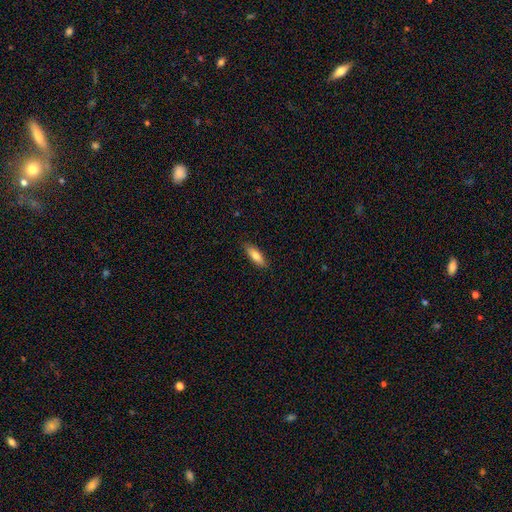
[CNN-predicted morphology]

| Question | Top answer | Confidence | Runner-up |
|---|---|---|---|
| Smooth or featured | smooth | 74% | featured or disk (20%) |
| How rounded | in between | 51% | cigar-shaped (47%) |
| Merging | none | 87% | minor disturbance (10%) |